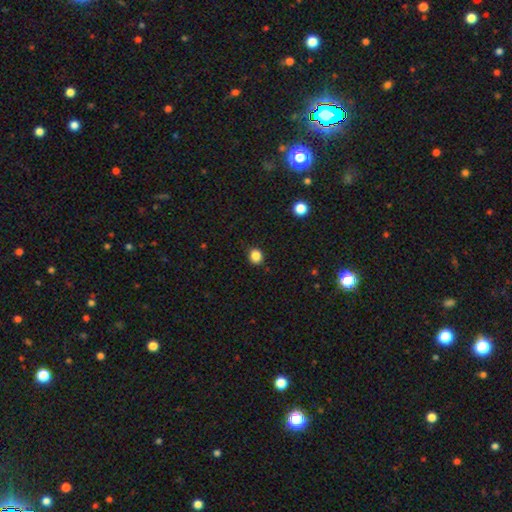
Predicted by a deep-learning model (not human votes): Q: Smooth or featured?
A: smooth (85%); runner-up: star or artifact (12%)
Q: How rounded?
A: round (76%); runner-up: in between (23%)
Q: Merging?
A: none (89%); runner-up: minor disturbance (8%)